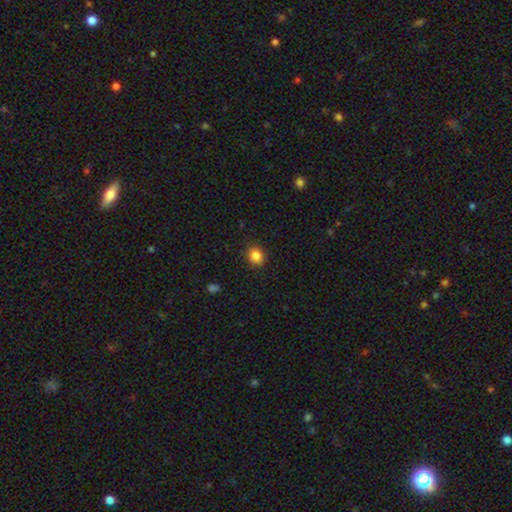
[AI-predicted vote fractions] Smooth or featured: smooth — 85% (star or artifact — 10%)
How rounded: round — 81% (in between — 18%)
Merging: none — 90% (minor disturbance — 7%)